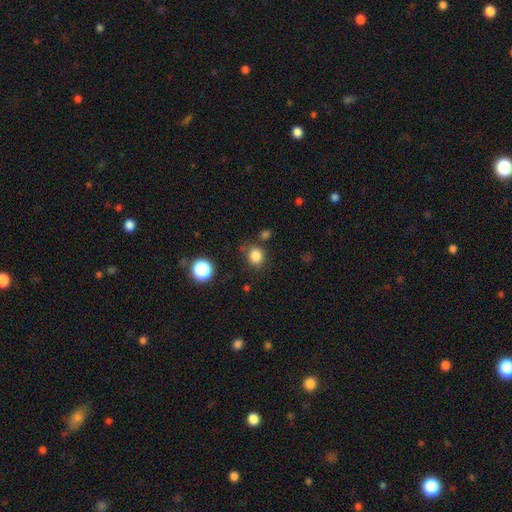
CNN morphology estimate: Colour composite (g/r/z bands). It shows a smooth galaxy with no disk features (83%) that is round (70%). Merging: none (78%).